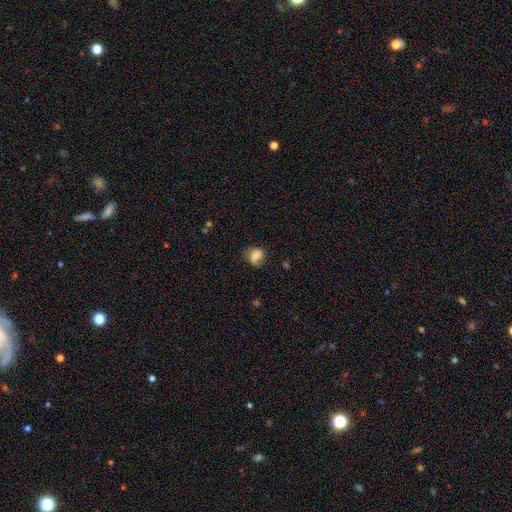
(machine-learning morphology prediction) A smooth galaxy with no disk features (61%) that is round (66%). Merging: none (56%).